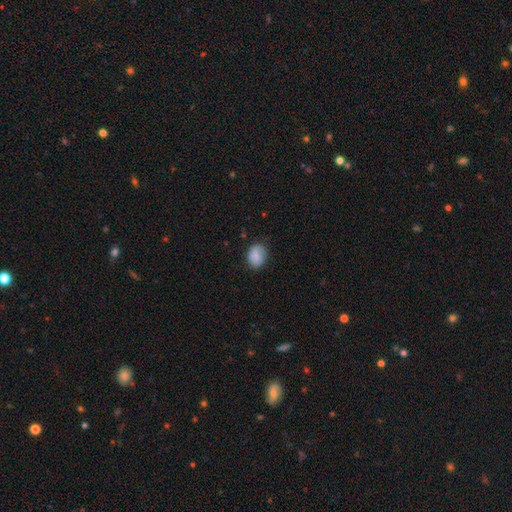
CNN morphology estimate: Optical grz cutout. It shows a smooth galaxy with no disk features (82%) that is in between round and cigar-shaped (54%). Merging: none (71%).